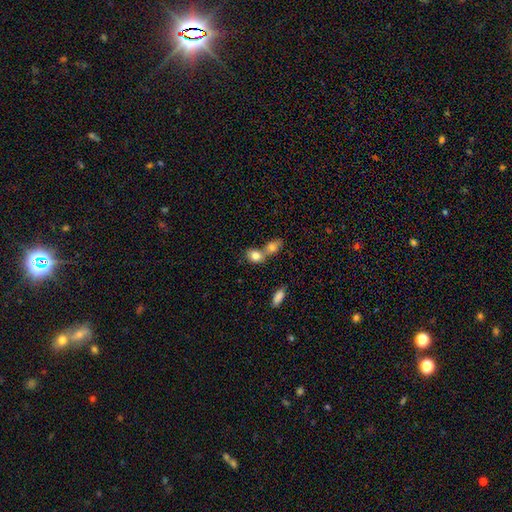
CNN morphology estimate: This appears to be a smooth galaxy with no disk features (81%) that is in between round and cigar-shaped (53%). Merging: merger (53%).